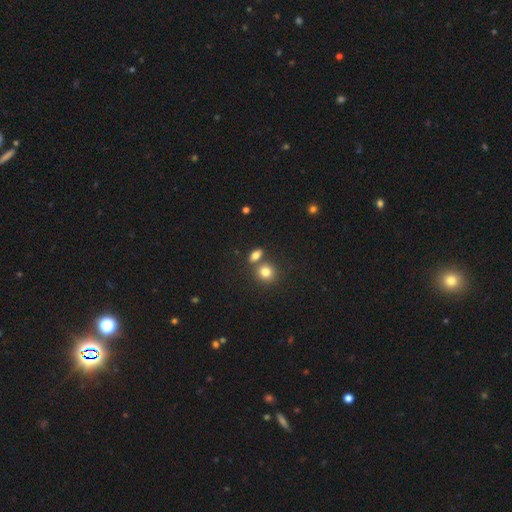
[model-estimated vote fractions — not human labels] Q: Smooth or featured?
A: smooth (78%); runner-up: star or artifact (12%)
Q: How rounded?
A: in between (68%); runner-up: round (28%)
Q: Merging?
A: none (59%); runner-up: merger (27%)